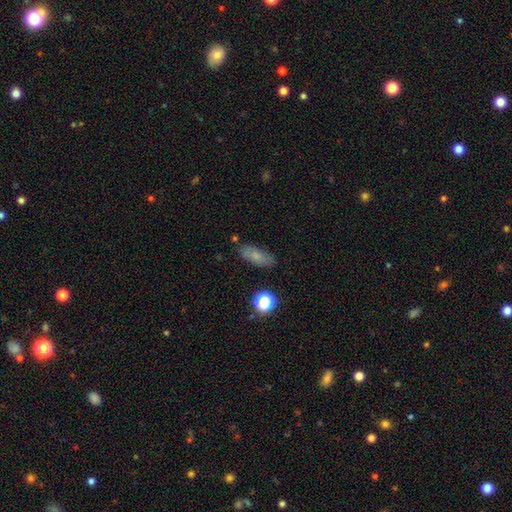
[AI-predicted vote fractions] A smooth galaxy with no disk features (76%) that is in between round and cigar-shaped (74%).

Vote fractions:
- Smooth or featured? smooth: 76% / featured or disk: 13% / star or artifact: 11%
- How rounded? in between: 74% / cigar-shaped: 21% / round: 5%
- Merging? none: 79% / minor disturbance: 14% / major disturbance: 4% / merger: 3%